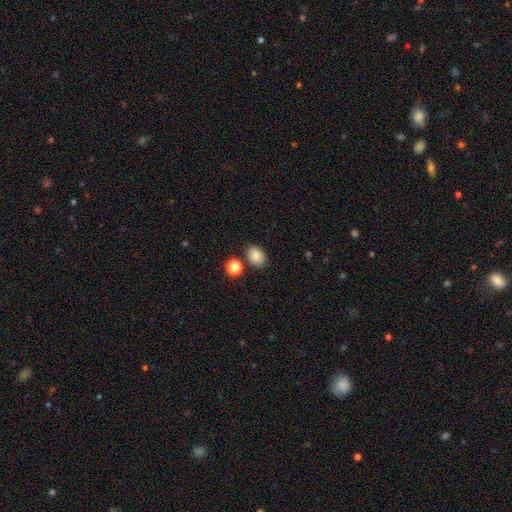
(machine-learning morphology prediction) smooth_or_featured: smooth (p=0.83) [alt: star or artifact p=0.10]
how_rounded: in between (p=0.64) [alt: round p=0.35]
merging: none (p=0.79) [alt: minor disturbance p=0.11]